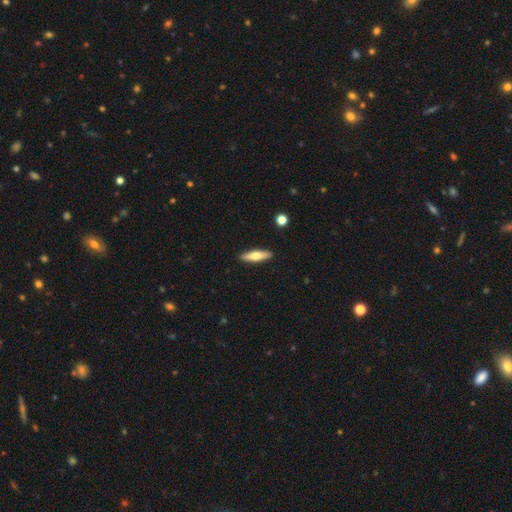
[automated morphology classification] This is possibly a smooth galaxy (56%). How rounded: likely cigar-shaped (70%). Merging: clearly none (90%).